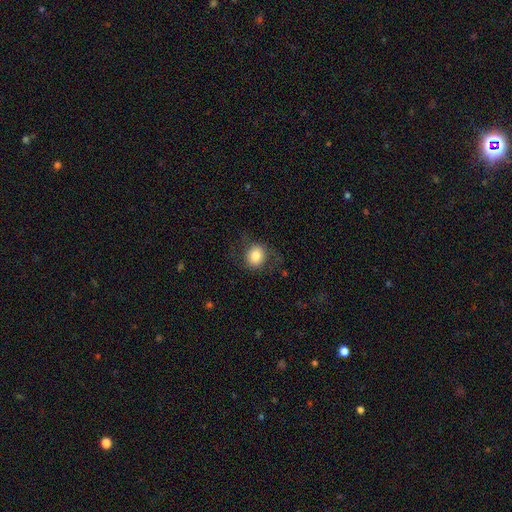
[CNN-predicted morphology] Q: Smooth or featured?
A: smooth (79%); runner-up: featured or disk (12%)
Q: How rounded?
A: round (72%); runner-up: in between (27%)
Q: Merging?
A: none (76%); runner-up: minor disturbance (15%)